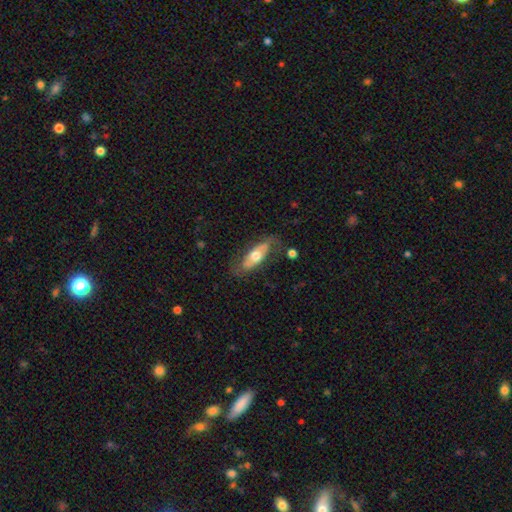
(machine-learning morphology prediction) Smooth or featured? featured or disk (49%)
Merging? none (68%)